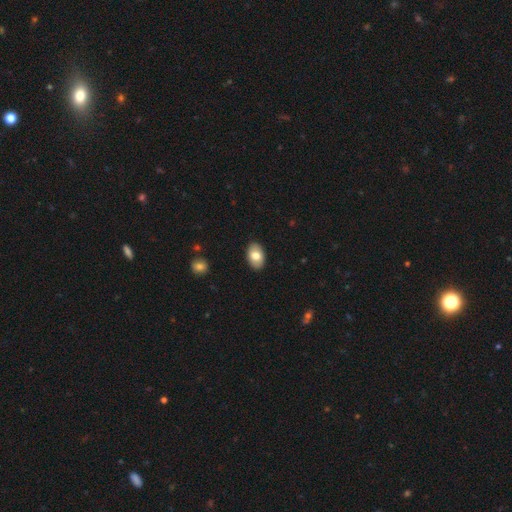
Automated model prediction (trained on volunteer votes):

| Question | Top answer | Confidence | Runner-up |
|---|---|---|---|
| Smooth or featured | smooth | 79% | featured or disk (14%) |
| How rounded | in between | 91% | round (8%) |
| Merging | none | 89% | minor disturbance (8%) |